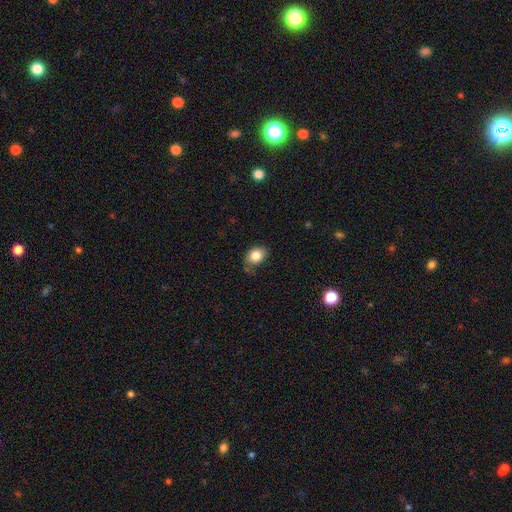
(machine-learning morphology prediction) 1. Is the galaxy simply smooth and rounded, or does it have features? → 83% smooth, 9% star or artifact, 8% featured or disk.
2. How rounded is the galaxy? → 68% in between, 31% round, 1% cigar-shaped.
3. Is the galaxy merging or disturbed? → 71% none, 22% minor disturbance, 5% major disturbance, 3% merger.